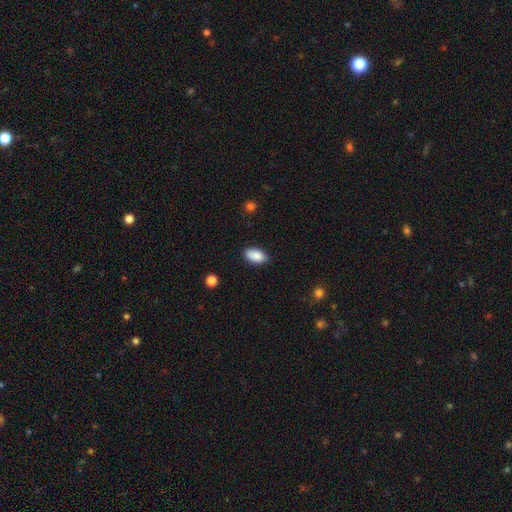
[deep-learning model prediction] A smooth galaxy with no disk features (89%) that is in between round and cigar-shaped (93%).

Vote fractions:
- Smooth or featured? smooth: 89% / star or artifact: 7% / featured or disk: 4%
- How rounded? in between: 93% / round: 4% / cigar-shaped: 3%
- Merging? none: 85% / minor disturbance: 12% / major disturbance: 2% / merger: 1%